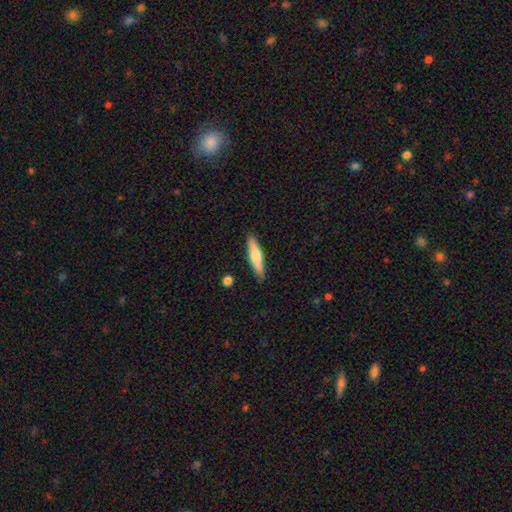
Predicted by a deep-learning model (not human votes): Morphology: type=smooth (65%); roundness=cigar-shaped (81%); merging=none (89%).